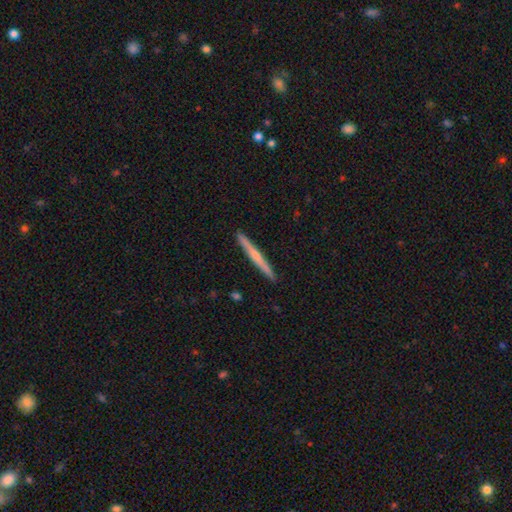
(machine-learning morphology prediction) A featured or disk galaxy (50%) viewed edge-on (98%). Merging: none (93%).